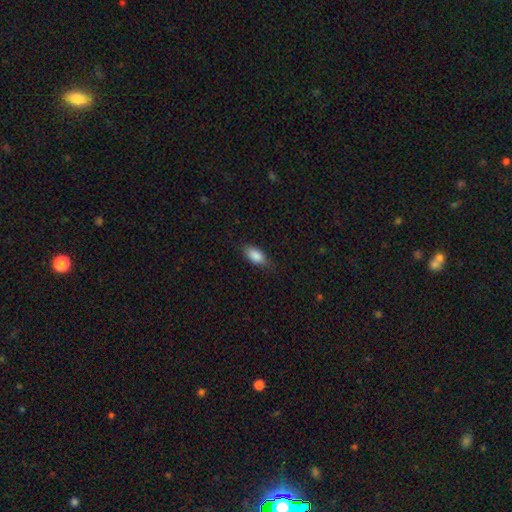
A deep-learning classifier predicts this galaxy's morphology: This appears to be a smooth galaxy with no disk features (86%) that is in between round and cigar-shaped (87%). Merging: none (77%).